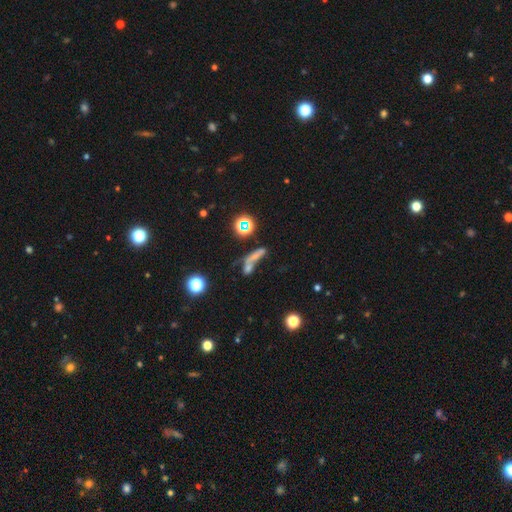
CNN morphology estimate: Smooth or featured?
  - smooth: 45% *
  - star or artifact: 30%
  - featured or disk: 25%
Merging?
  - merger: 40% *
  - none: 34%
  - major disturbance: 14%
  - minor disturbance: 11%